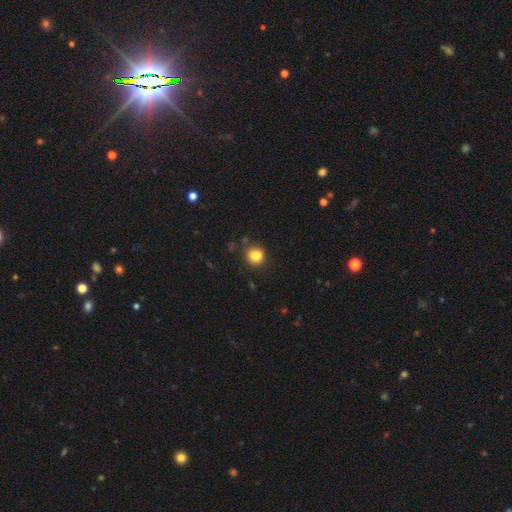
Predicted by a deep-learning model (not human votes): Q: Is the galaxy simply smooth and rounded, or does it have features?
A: smooth — 84%.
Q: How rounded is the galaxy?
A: round — 83%.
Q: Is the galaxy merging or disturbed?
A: none — 73%.